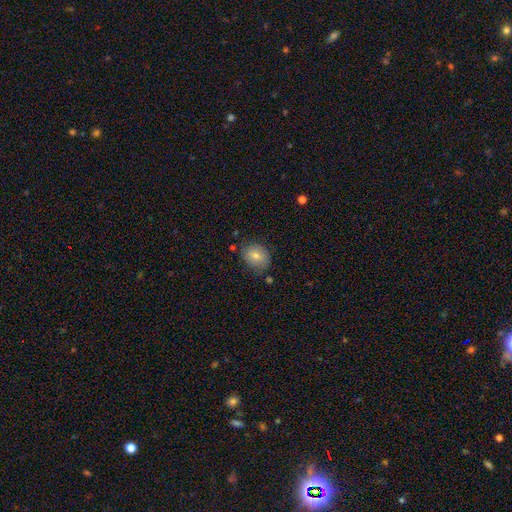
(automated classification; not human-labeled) Smooth or featured? Predicted: smooth (p=0.71). How rounded? Predicted: round (p=0.53). Merging? Predicted: none (p=0.78).